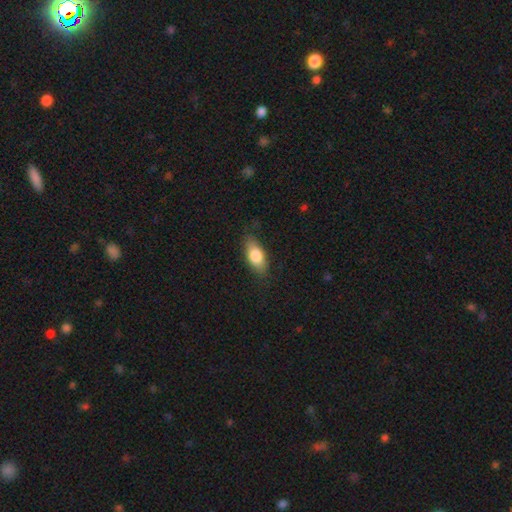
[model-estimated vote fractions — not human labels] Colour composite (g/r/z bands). It shows a smooth galaxy with no disk features (78%) that is in between round and cigar-shaped (84%). Merging: none (81%).